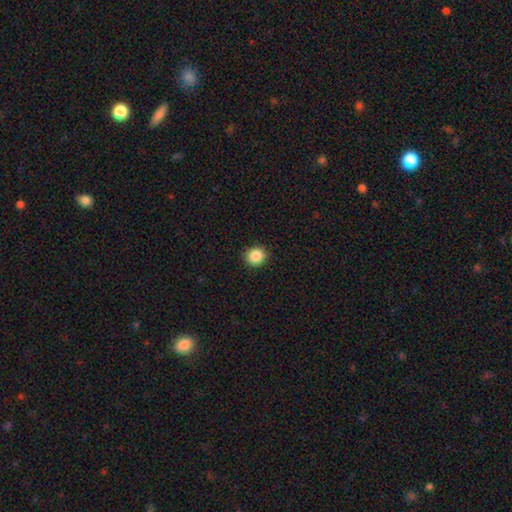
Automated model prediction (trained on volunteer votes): Smooth or featured: smooth — 87% (star or artifact — 10%)
How rounded: round — 90% (in between — 9%)
Merging: none — 91% (minor disturbance — 6%)